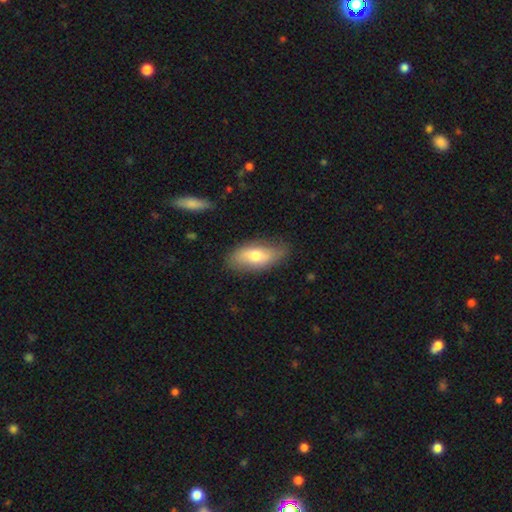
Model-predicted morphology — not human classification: The model was most divided on "smooth or featured": smooth: 64%, featured or disk: 30%, star or artifact: 6%. More confident: how rounded — in between (87%); merging — none (75%).